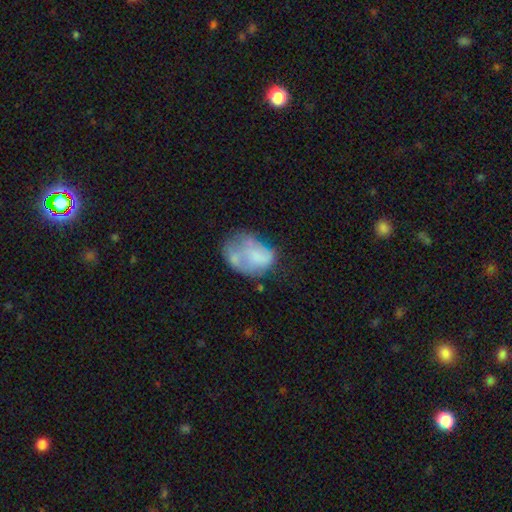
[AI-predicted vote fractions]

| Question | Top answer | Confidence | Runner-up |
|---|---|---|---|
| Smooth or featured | smooth | 49% | featured or disk (41%) |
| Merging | none | 30% | major disturbance (28%) |